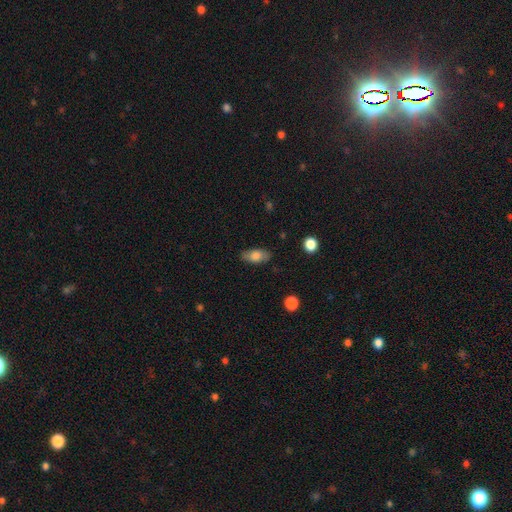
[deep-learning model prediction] Q: Smooth or featured?
A: smooth (75%); runner-up: featured or disk (18%)
Q: How rounded?
A: in between (88%); runner-up: cigar-shaped (7%)
Q: Merging?
A: none (82%); runner-up: minor disturbance (13%)